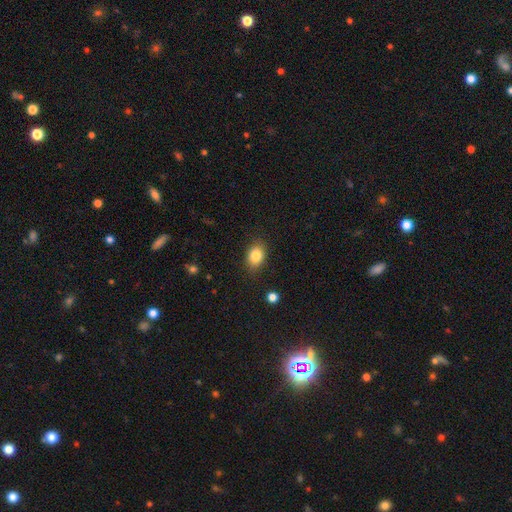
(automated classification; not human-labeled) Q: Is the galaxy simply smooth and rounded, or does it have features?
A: smooth — 84%.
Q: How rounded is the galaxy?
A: in between — 73%.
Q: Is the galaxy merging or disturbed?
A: none — 84%.